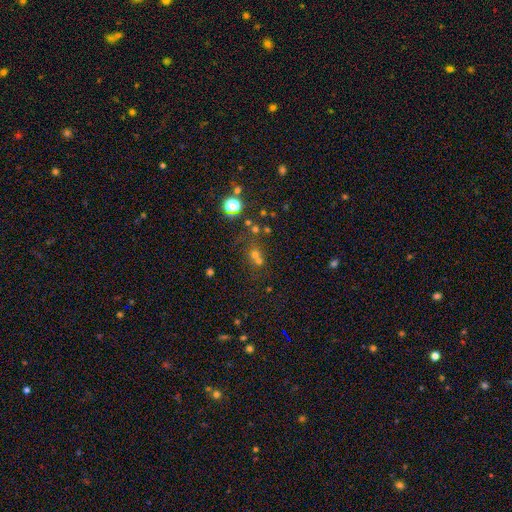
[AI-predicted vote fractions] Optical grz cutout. It shows a smooth galaxy with no disk features (46%). Merging: none (47%).